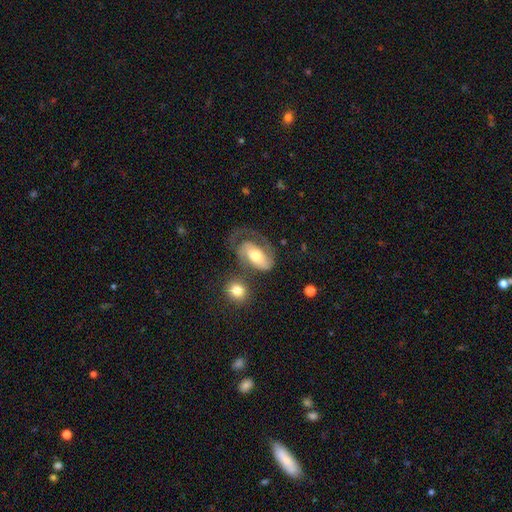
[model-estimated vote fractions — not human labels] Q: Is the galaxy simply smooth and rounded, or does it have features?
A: featured or disk — 70%.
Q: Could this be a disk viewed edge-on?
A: no — 96%.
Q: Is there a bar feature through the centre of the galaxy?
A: no — 50%.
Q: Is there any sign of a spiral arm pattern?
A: yes — 90%.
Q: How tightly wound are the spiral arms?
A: medium — 44%.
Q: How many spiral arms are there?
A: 2 — 52%.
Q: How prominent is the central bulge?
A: moderate — 64%.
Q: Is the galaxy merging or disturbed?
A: major disturbance — 35%.